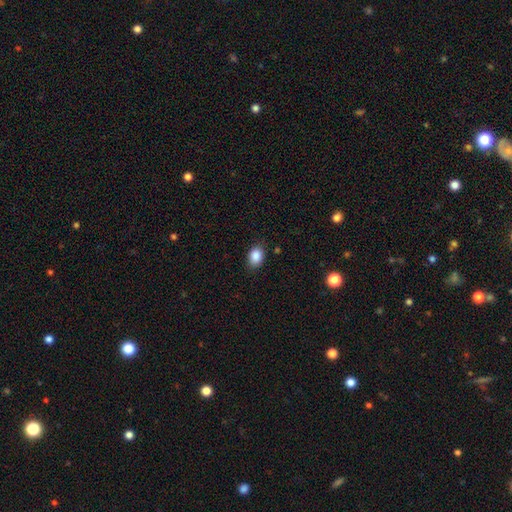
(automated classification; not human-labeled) Smooth or featured: smooth — 88% (star or artifact — 8%)
How rounded: in between — 74% (round — 25%)
Merging: none — 84% (minor disturbance — 12%)